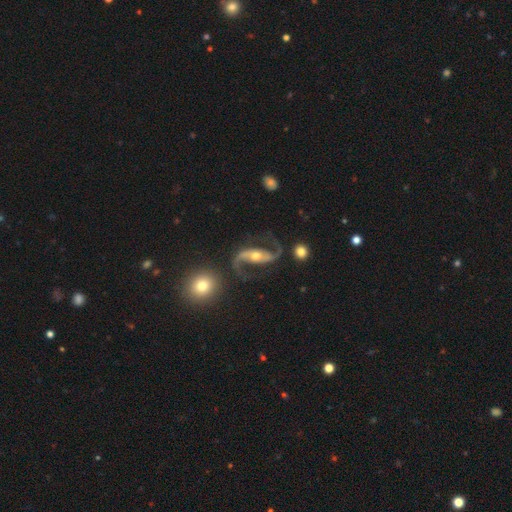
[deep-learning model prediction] smooth-or-featured: featured or disk: 92% | star or artifact: 4% | smooth: 4%
  disk-edge-on: no: 96% | yes: 4%
    bar: strong: 39% | no: 35% | weak: 26%
    has-spiral-arms: yes: 97% | no: 3%
      spiral-winding: loose: 69% | medium: 25% | tight: 6%
      spiral-arm-count: 2: 94% | 1: 1% | can't tell: 1% | 3: 1% | 4: 1% | more than 4: 1%
    bulge-size: moderate: 61% | small: 31% | large: 5% | none: 1% | dominant: 1%
  merging: none: 75% | minor disturbance: 13% | major disturbance: 9% | merger: 3%